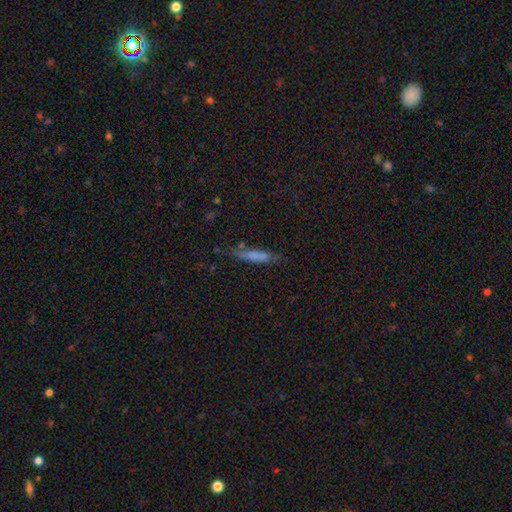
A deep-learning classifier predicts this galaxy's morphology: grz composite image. It shows a smooth galaxy with no disk features (69%) that is cigar-shaped (85%). Merging: none (69%).